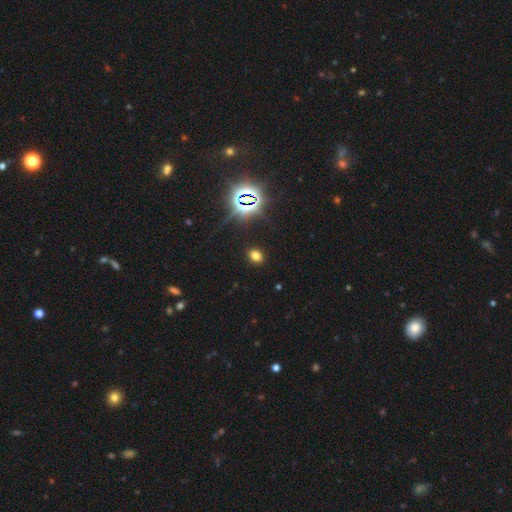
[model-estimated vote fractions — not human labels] smooth 68%, star or artifact 26%, featured or disk 6%. Down the decision tree: how rounded — in between (61%); merging — none (89%).